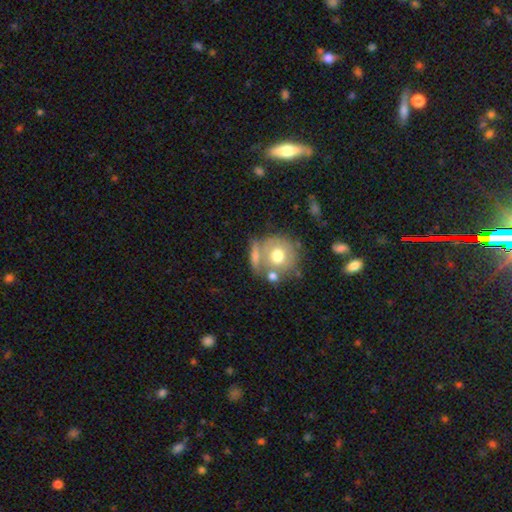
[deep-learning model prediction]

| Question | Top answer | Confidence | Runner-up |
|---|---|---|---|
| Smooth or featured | smooth | 60% | featured or disk (31%) |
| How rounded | round | 71% | in between (20%) |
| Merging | none | 52% | merger (26%) |